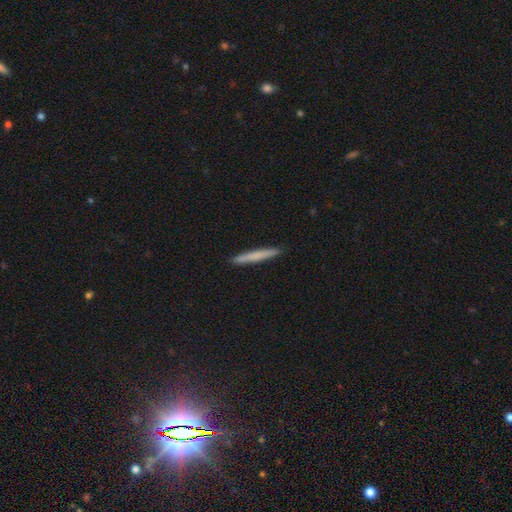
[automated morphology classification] Smooth or featured? smooth (67%)
How rounded? cigar-shaped (97%)
Merging? none (92%)